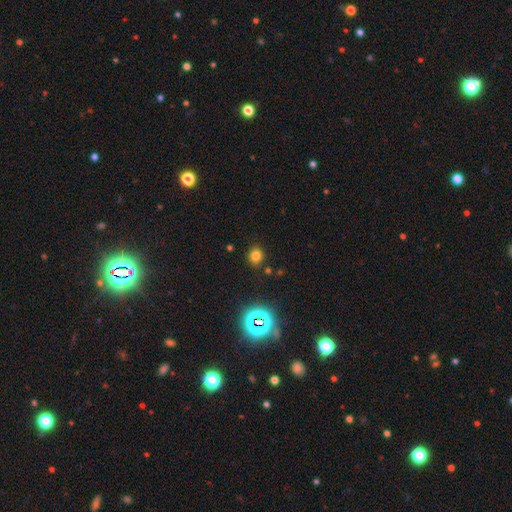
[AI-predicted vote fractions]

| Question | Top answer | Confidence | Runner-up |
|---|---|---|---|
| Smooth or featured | smooth | 74% | star or artifact (20%) |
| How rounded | round | 82% | in between (17%) |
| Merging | none | 86% | minor disturbance (8%) |